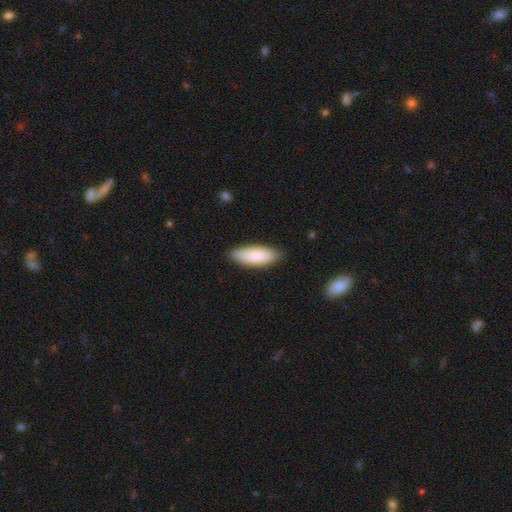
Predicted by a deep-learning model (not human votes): Morphology: type=smooth (86%); roundness=in between (71%); merging=none (84%).